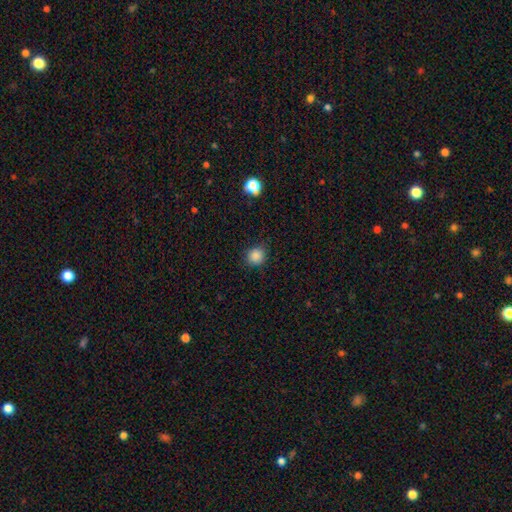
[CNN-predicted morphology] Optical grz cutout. It shows a smooth galaxy with no disk features (86%) that is round (87%). Merging: none (86%).